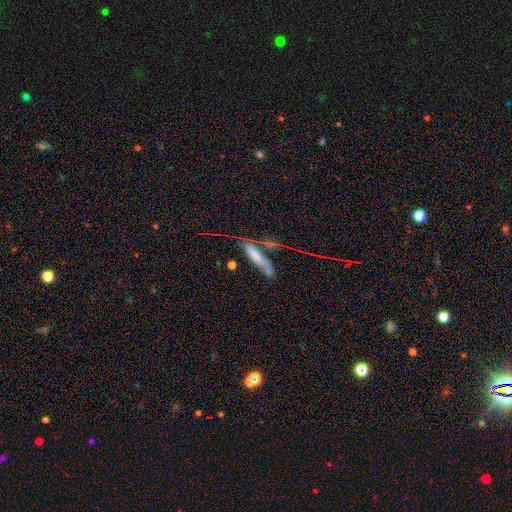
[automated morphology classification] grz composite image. It shows a smooth galaxy with no disk features (63%) that is cigar-shaped (76%). Merging: none (48%).